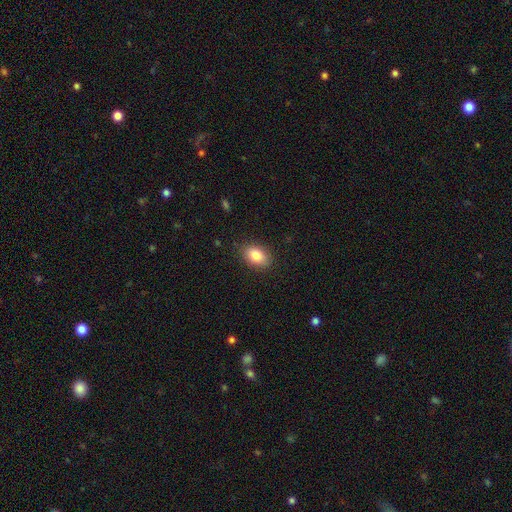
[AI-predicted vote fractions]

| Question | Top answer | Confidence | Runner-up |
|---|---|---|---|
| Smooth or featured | smooth | 83% | featured or disk (9%) |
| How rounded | in between | 85% | round (13%) |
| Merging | none | 86% | minor disturbance (10%) |